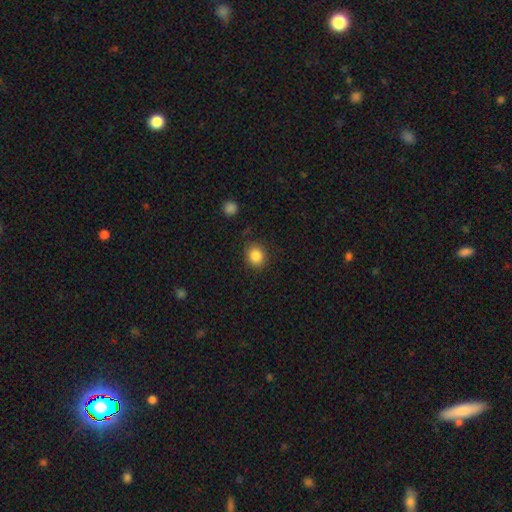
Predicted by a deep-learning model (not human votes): A smooth galaxy with no disk features (85%) that is round (77%).

Vote fractions:
- Smooth or featured? smooth: 85% / star or artifact: 10% / featured or disk: 5%
- How rounded? round: 77% / in between: 22% / cigar-shaped: 1%
- Merging? none: 83% / minor disturbance: 12% / major disturbance: 3% / merger: 2%